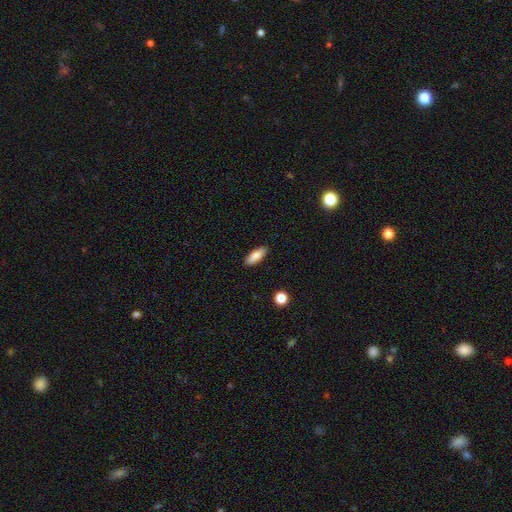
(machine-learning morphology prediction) Smooth or featured: smooth — 85% (featured or disk — 8%)
How rounded: in between — 72% (cigar-shaped — 26%)
Merging: none — 89% (minor disturbance — 8%)